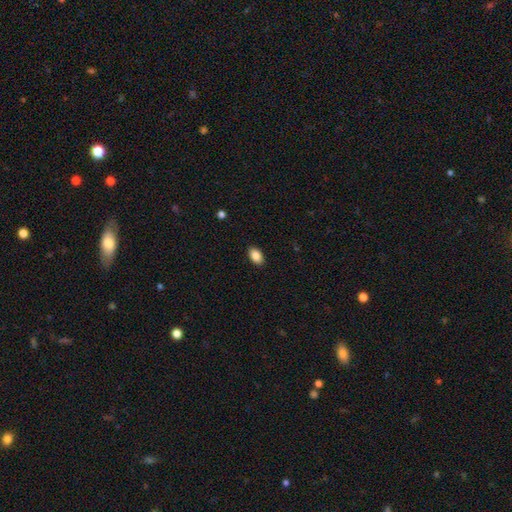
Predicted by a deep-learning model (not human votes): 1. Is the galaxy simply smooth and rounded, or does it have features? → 88% smooth, 8% star or artifact, 4% featured or disk.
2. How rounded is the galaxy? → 92% in between, 7% round, 1% cigar-shaped.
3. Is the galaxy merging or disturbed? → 89% none, 8% minor disturbance, 2% major disturbance, 1% merger.